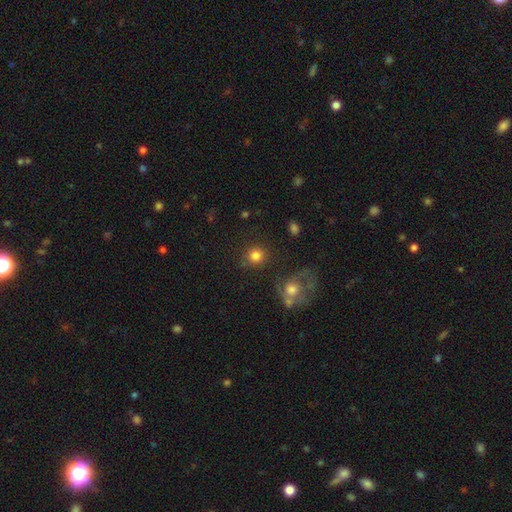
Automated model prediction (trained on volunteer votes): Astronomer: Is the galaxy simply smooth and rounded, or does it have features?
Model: smooth — 82%.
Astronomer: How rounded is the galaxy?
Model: round — 90%.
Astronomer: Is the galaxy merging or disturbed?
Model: none — 81%.